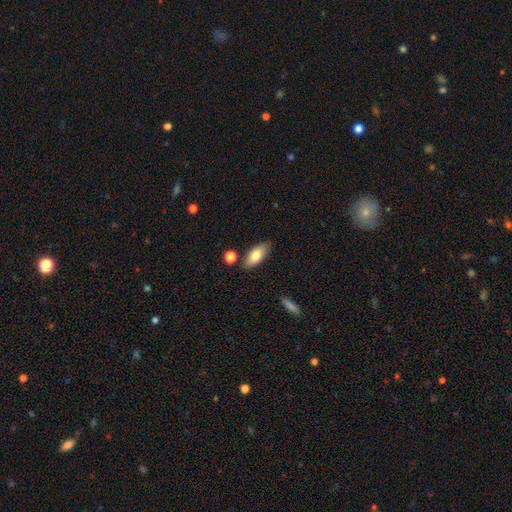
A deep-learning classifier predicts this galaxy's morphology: Smooth or featured? smooth (76%)
How rounded? in between (87%)
Merging? none (81%)